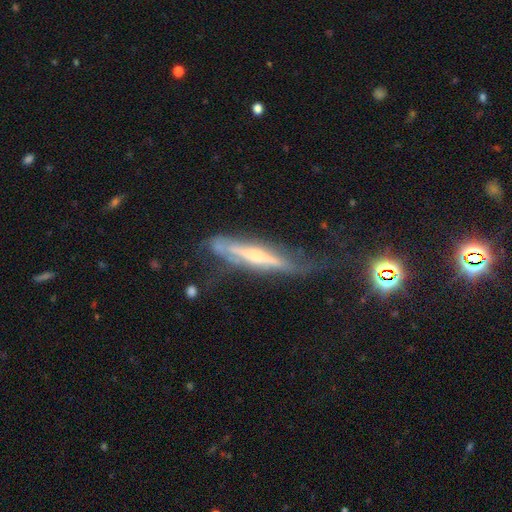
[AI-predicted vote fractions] A featured or disk galaxy (72%) viewed edge-on (84%) with a rounded central bulge (66%). Merging: none (44%).